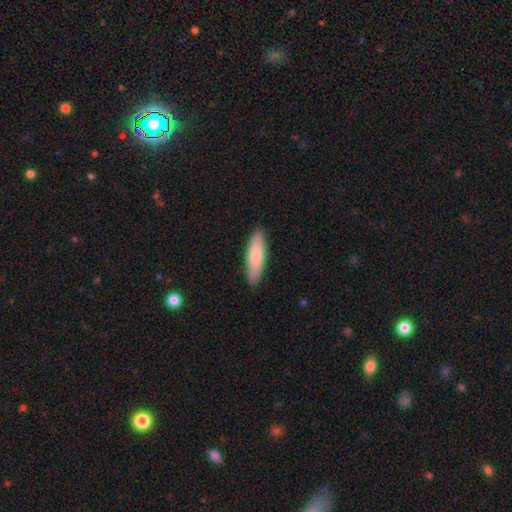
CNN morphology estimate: This appears to be a smooth galaxy with no disk features (75%) that is cigar-shaped (57%). Merging: none (87%).